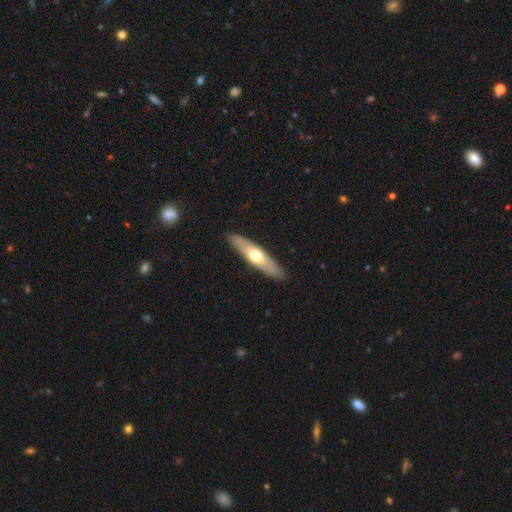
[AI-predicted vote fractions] smooth 48%, featured or disk 47%, star or artifact 5%. Down the decision tree: merging — none (88%).